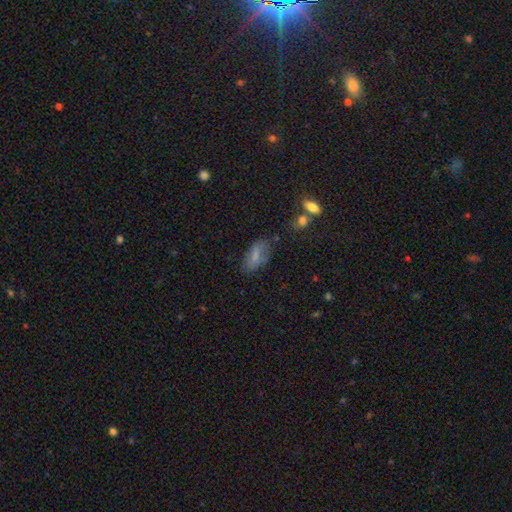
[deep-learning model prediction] Smooth or featured? smooth (71%)
How rounded? in between (83%)
Merging? none (63%)